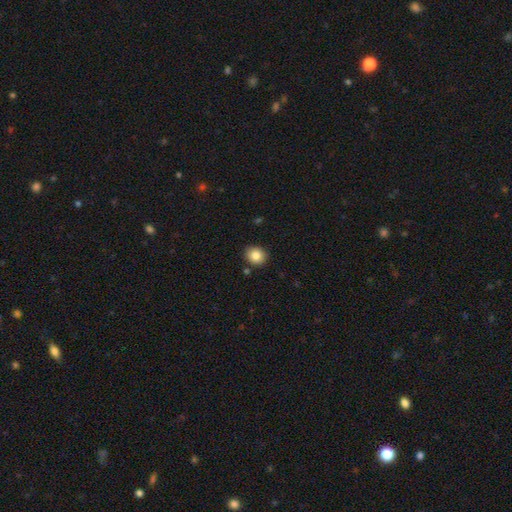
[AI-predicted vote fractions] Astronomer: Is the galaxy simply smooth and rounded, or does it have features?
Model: smooth — 84%.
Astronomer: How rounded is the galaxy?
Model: round — 75%.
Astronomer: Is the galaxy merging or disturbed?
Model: none — 87%.